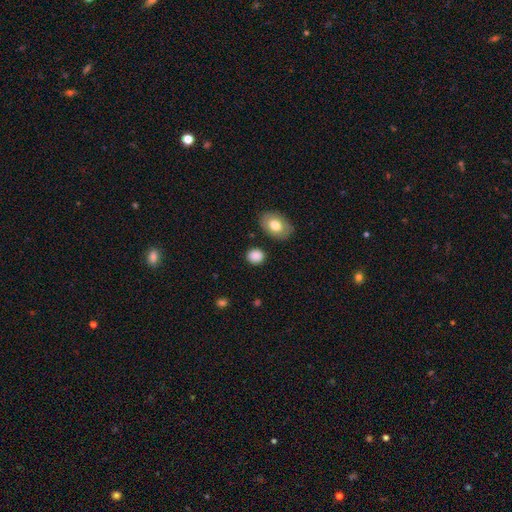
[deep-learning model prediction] This is clearly a smooth galaxy (86%). How rounded: likely round (63%). Merging: clearly none (84%).